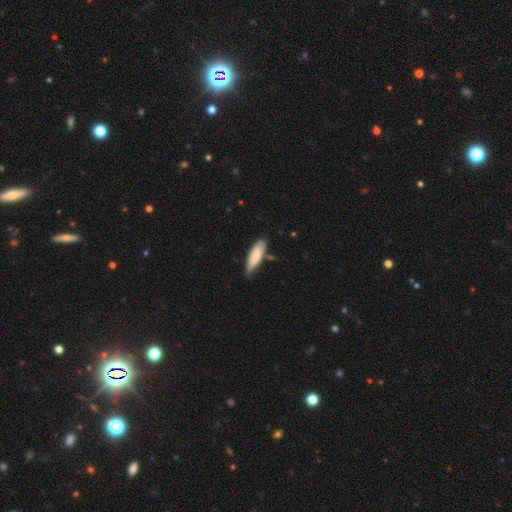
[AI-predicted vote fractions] Smooth or featured? Predicted: smooth (p=0.76). How rounded? Predicted: in between (p=0.62). Merging? Predicted: none (p=0.60).